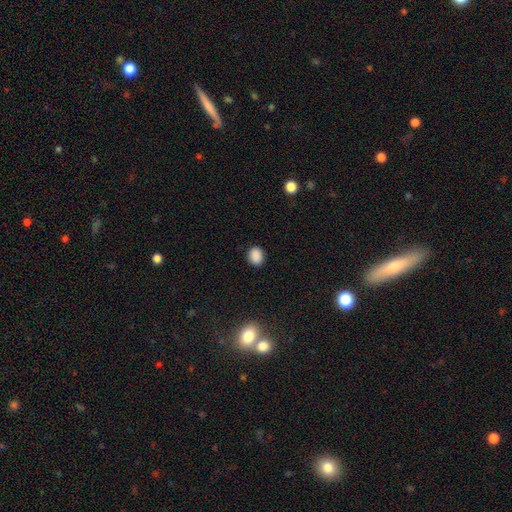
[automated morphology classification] Smooth or featured? Predicted: smooth (p=0.88). How rounded? Predicted: round (p=0.54). Merging? Predicted: none (p=0.88).